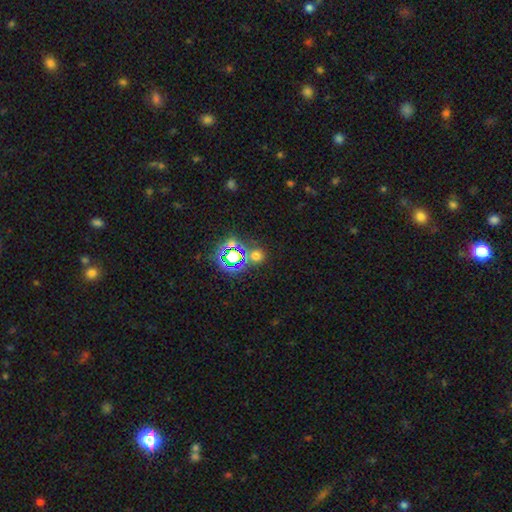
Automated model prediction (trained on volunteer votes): A smooth galaxy with no disk features (52%) that is round (85%). Merging: none (71%).